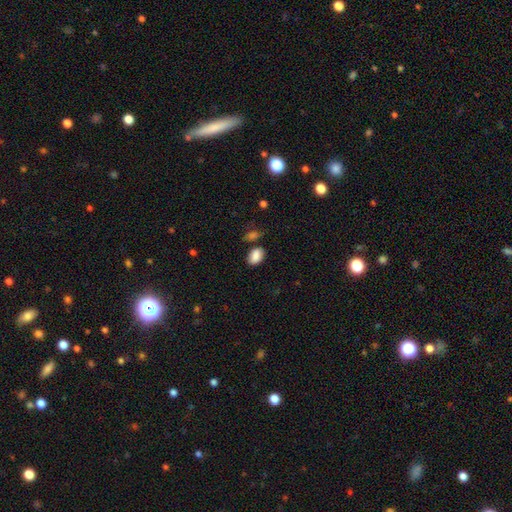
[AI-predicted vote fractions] Smooth or featured? smooth (86%)
How rounded? in between (84%)
Merging? none (70%)